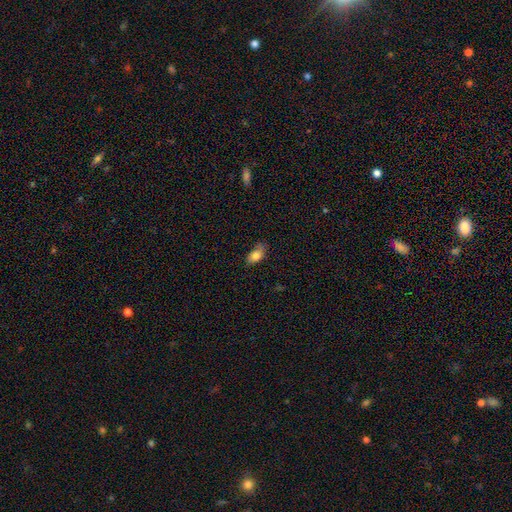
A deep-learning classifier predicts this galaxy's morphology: This is clearly a smooth galaxy (80%). How rounded: clearly in between (88%). Merging: likely none (66%).